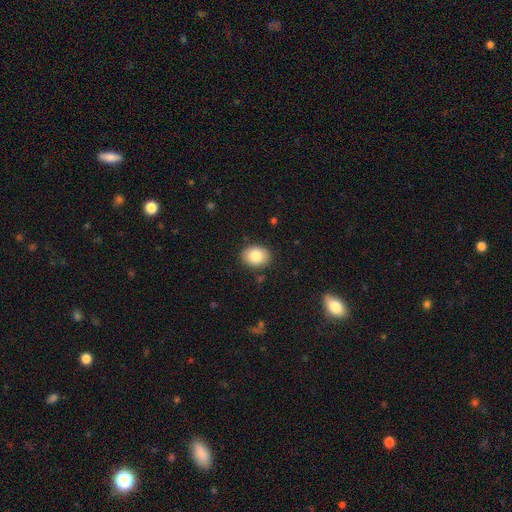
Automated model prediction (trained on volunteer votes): Smooth or featured: smooth — 84% (star or artifact — 8%)
How rounded: in between — 56% (round — 43%)
Merging: none — 88% (minor disturbance — 8%)